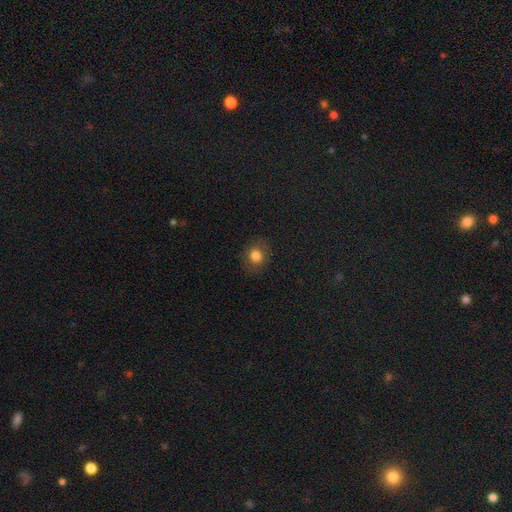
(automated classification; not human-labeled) A smooth galaxy with no disk features (80%) that is round (73%).

Vote fractions:
- Smooth or featured? smooth: 80% / star or artifact: 12% / featured or disk: 8%
- How rounded? round: 73% / in between: 26% / cigar-shaped: 1%
- Merging? none: 84% / minor disturbance: 11% / major disturbance: 4% / merger: 1%